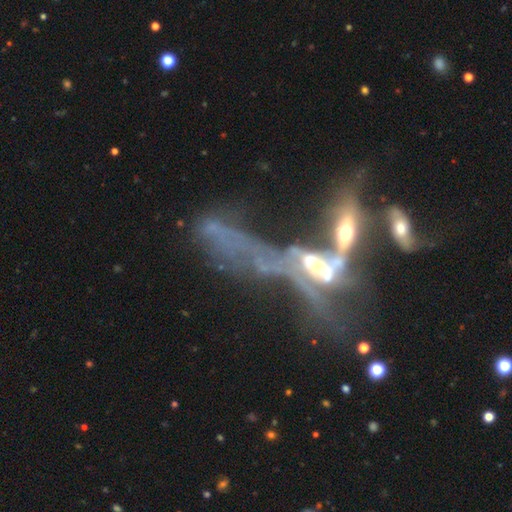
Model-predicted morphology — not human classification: smooth-or-featured: featured or disk: 64% | smooth: 19% | star or artifact: 17%
  disk-edge-on: no: 64% | yes: 36%
  merging: merger: 66% | major disturbance: 21% | none: 8% | minor disturbance: 5%